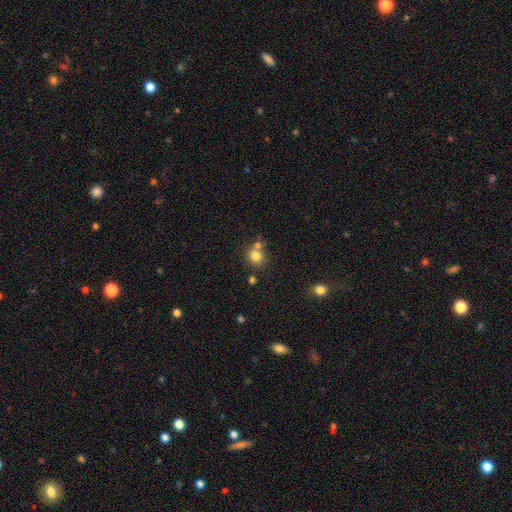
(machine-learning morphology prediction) Smooth or featured? Predicted: smooth (p=0.80). How rounded? Predicted: round (p=0.81). Merging? Predicted: none (p=0.64).